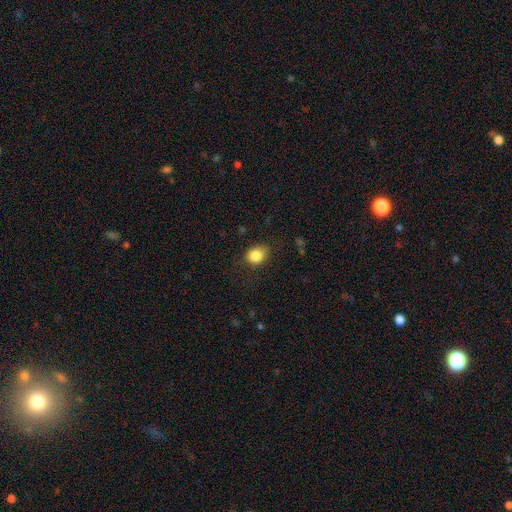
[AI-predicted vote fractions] A smooth galaxy with no disk features (84%) that is round (60%).

Vote fractions:
- Smooth or featured? smooth: 84% / star or artifact: 10% / featured or disk: 6%
- How rounded? round: 60% / in between: 39% / cigar-shaped: 1%
- Merging? none: 72% / minor disturbance: 21% / major disturbance: 6% / merger: 1%